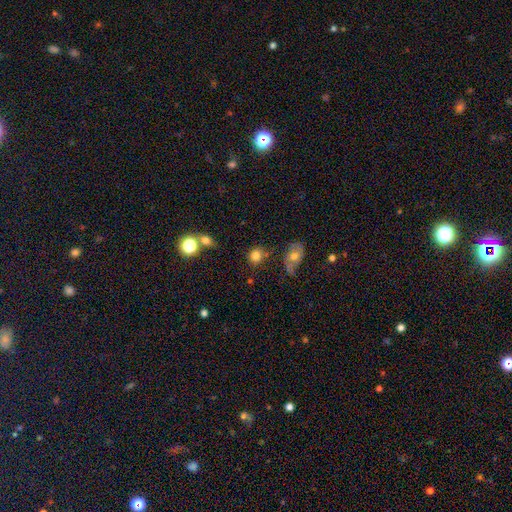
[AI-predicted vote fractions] Smooth or featured? Predicted: smooth (p=0.81). How rounded? Predicted: round (p=0.75). Merging? Predicted: none (p=0.69).